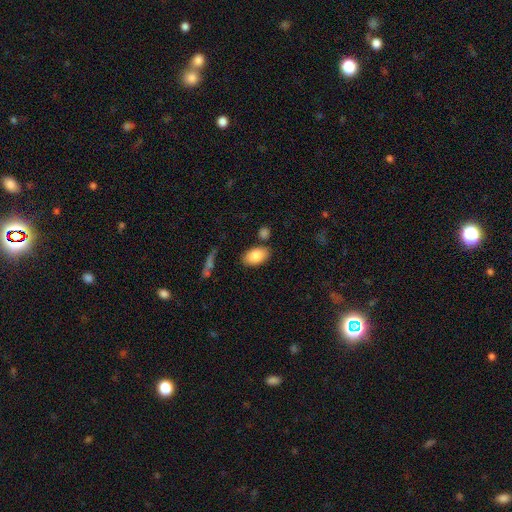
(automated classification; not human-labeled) A smooth galaxy with no disk features (84%) that is in between round and cigar-shaped (92%).

Vote fractions:
- Smooth or featured? smooth: 84% / featured or disk: 9% / star or artifact: 7%
- How rounded? in between: 92% / round: 6% / cigar-shaped: 2%
- Merging? none: 80% / minor disturbance: 11% / merger: 6% / major disturbance: 3%